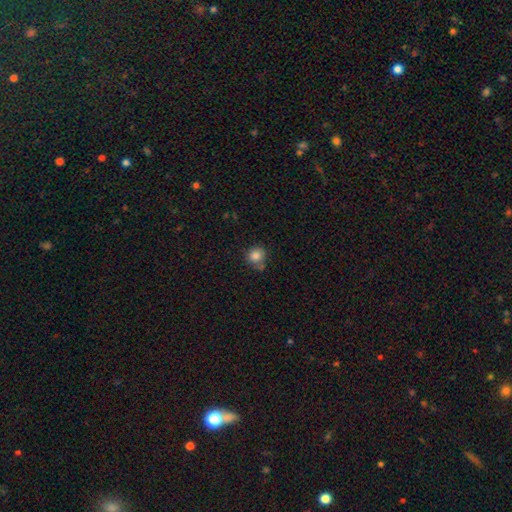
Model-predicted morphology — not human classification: Smooth or featured? Predicted: smooth (p=0.84). How rounded? Predicted: round (p=0.87). Merging? Predicted: none (p=0.66).